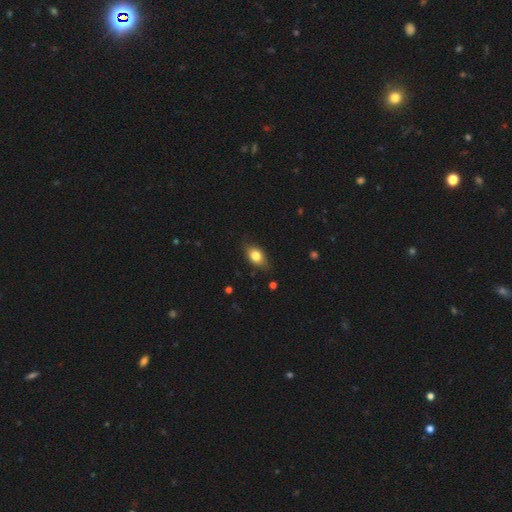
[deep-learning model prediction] A smooth galaxy with no disk features (79%) that is in between round and cigar-shaped (83%). Merging: none (78%).